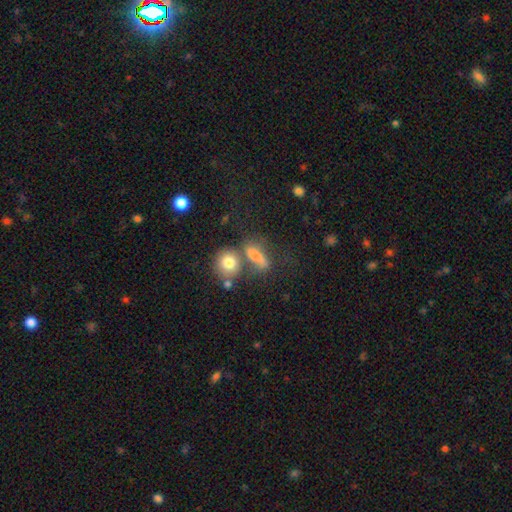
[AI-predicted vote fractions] This appears to be a smooth galaxy with no disk features (70%) that is in between round and cigar-shaped (45%). Merging: none (39%).